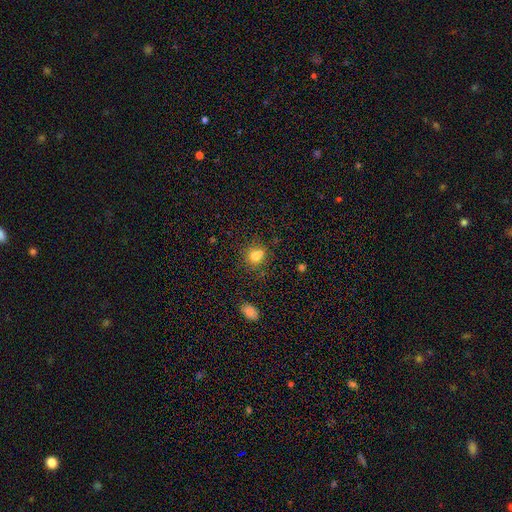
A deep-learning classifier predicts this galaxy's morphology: This is likely a smooth galaxy (74%). How rounded: likely round (71%). Merging: possibly none (55%).